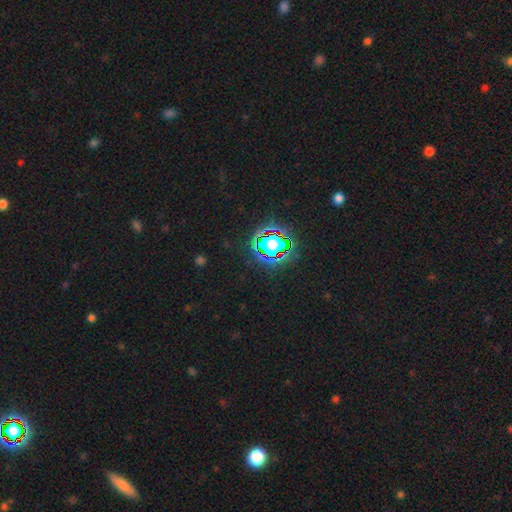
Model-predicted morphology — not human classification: smooth-or-featured: star or artifact: 82% | smooth: 11% | featured or disk: 7%